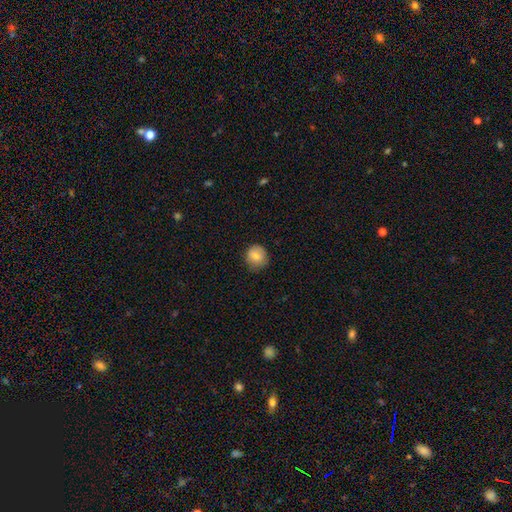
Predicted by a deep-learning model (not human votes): Smooth or featured: smooth — 79% (featured or disk — 12%)
How rounded: round — 87% (in between — 12%)
Merging: none — 78% (minor disturbance — 17%)